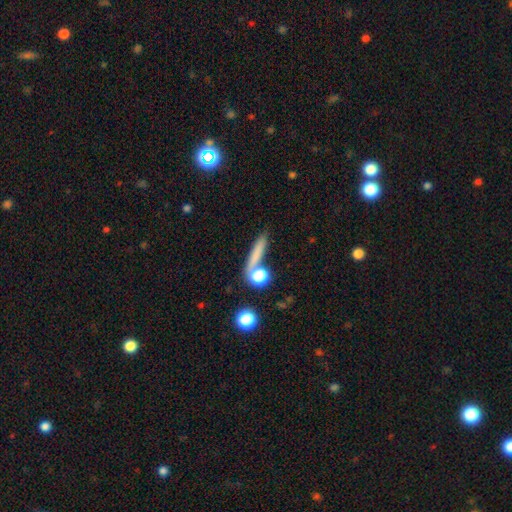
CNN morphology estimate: A smooth galaxy with no disk features (73%) that is cigar-shaped (66%). Merging: none (67%).